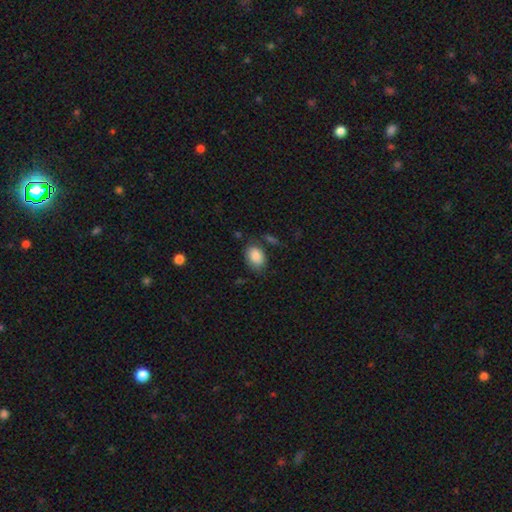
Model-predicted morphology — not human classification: type=smooth (86%); roundness=in between (82%); merging=none (72%).